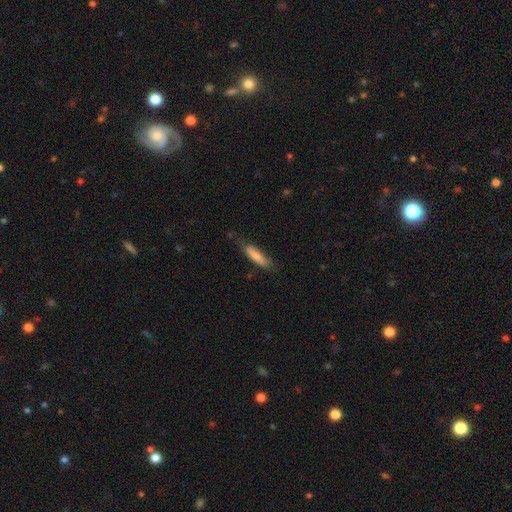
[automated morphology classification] Smooth or featured?
  - smooth: 77% *
  - featured or disk: 17%
  - star or artifact: 6%
How rounded?
  - cigar-shaped: 75% *
  - in between: 24%
  - round: 1%
Merging?
  - none: 70% *
  - minor disturbance: 23%
  - major disturbance: 5%
  - merger: 2%